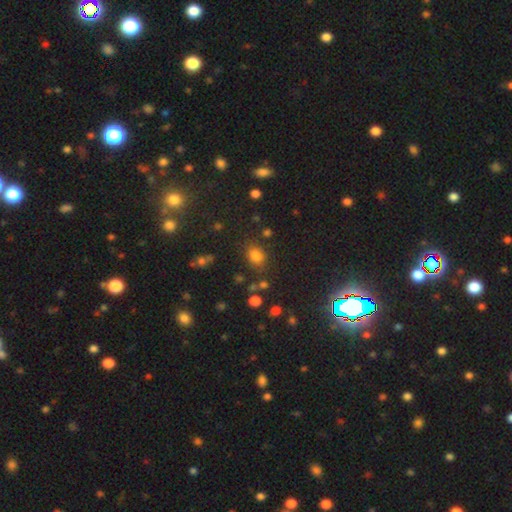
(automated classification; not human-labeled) This is likely a smooth galaxy (76%). How rounded: possibly in between (53%). Merging: likely none (77%).